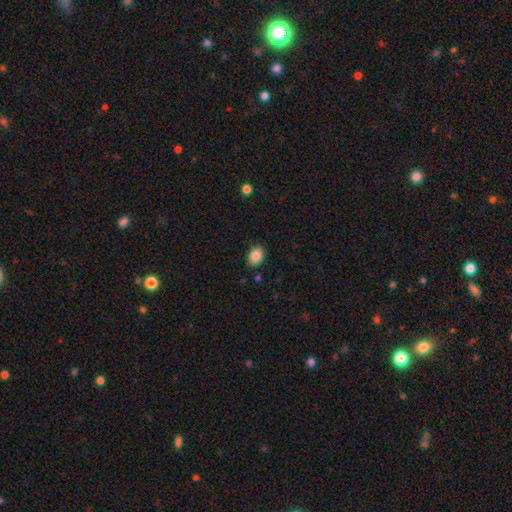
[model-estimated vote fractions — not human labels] smooth_or_featured: smooth (p=0.87) [alt: star or artifact p=0.09]
how_rounded: in between (p=0.69) [alt: round p=0.30]
merging: none (p=0.86) [alt: minor disturbance p=0.10]